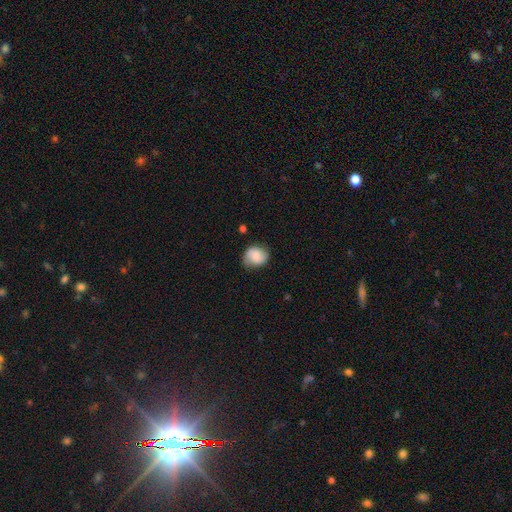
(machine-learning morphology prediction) This appears to be a smooth galaxy with no disk features (63%) that is round (69%). Merging: none (71%).